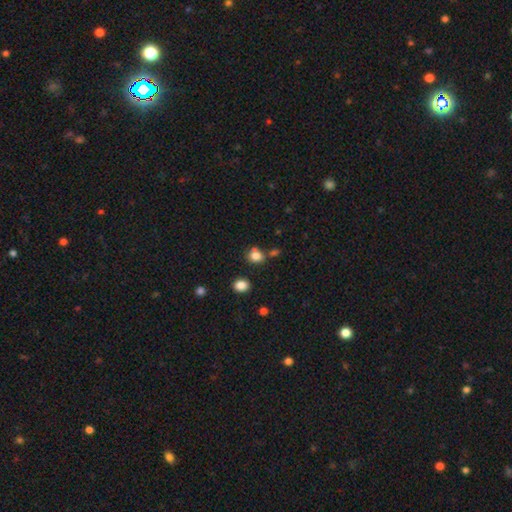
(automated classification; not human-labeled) This appears to be a smooth galaxy with no disk features (82%) that is round (74%). Merging: none (66%).